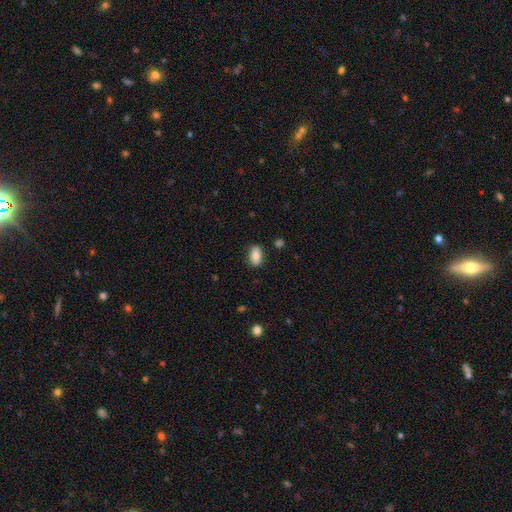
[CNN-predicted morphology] Smooth or featured?
  - smooth: 80% *
  - featured or disk: 13%
  - star or artifact: 8%
How rounded?
  - in between: 88% *
  - round: 6%
  - cigar-shaped: 6%
Merging?
  - none: 82% *
  - minor disturbance: 14%
  - major disturbance: 3%
  - merger: 2%